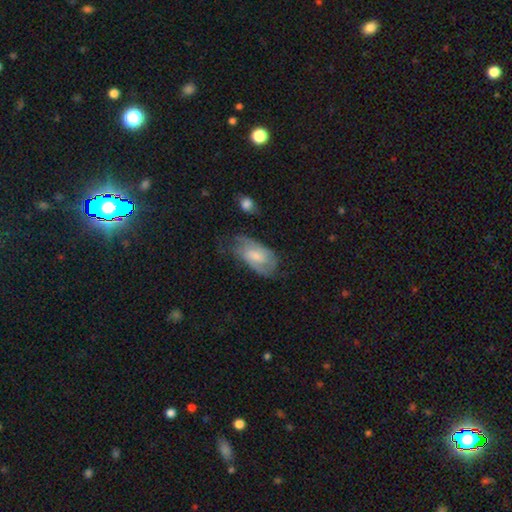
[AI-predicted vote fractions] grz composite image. It shows a featured or disk galaxy (55%) with no bar (48%), spiral arms (82%) and a small central bulge (45%). Merging: none (51%).